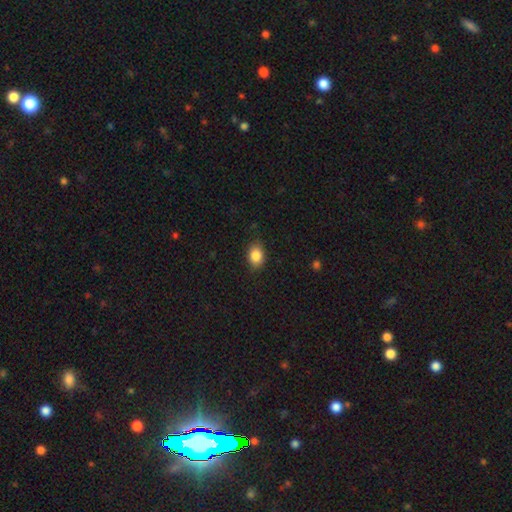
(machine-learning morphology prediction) Smooth or featured: smooth — 87% (star or artifact — 8%)
How rounded: in between — 71% (round — 28%)
Merging: none — 86% (minor disturbance — 11%)